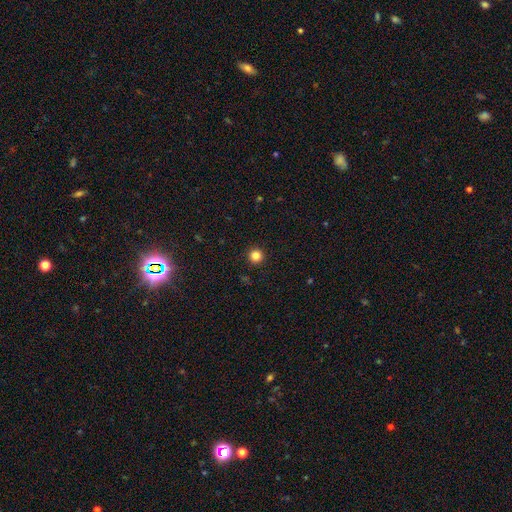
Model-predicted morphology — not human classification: smooth_or_featured: smooth (p=0.84) [alt: star or artifact p=0.12]
how_rounded: round (p=0.96) [alt: in between p=0.03]
merging: none (p=0.93) [alt: minor disturbance p=0.04]